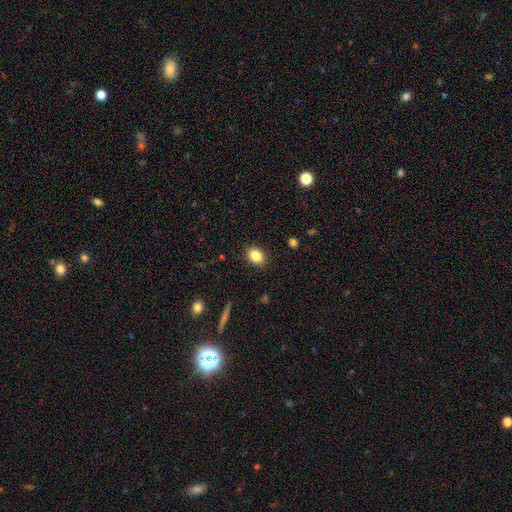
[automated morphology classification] The model was most divided on "how rounded": in between: 70%, round: 29%, cigar-shaped: 1%. More confident: merging — none (88%); smooth or featured — smooth (85%).